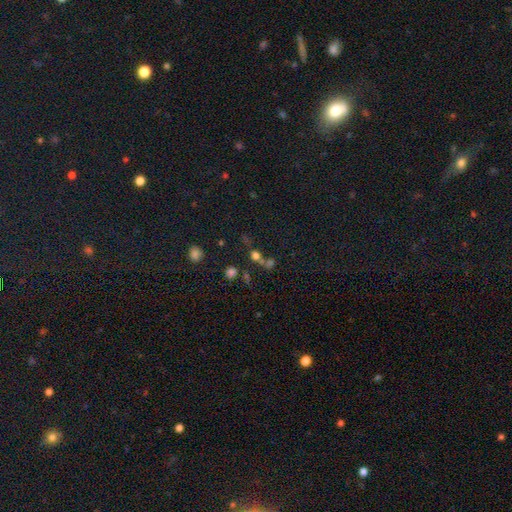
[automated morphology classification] smooth 61%, star or artifact 26%, featured or disk 14%. Down the decision tree: how rounded — round (74%); merging — merger (44%).